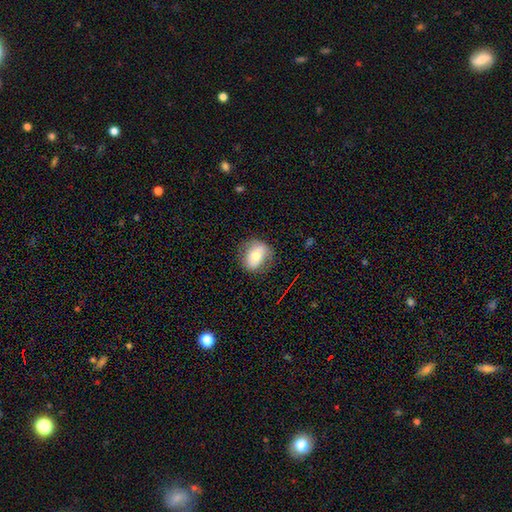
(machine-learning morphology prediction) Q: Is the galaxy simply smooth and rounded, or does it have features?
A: smooth — 64%.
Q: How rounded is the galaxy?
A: in between — 52%.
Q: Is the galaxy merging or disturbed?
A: none — 75%.